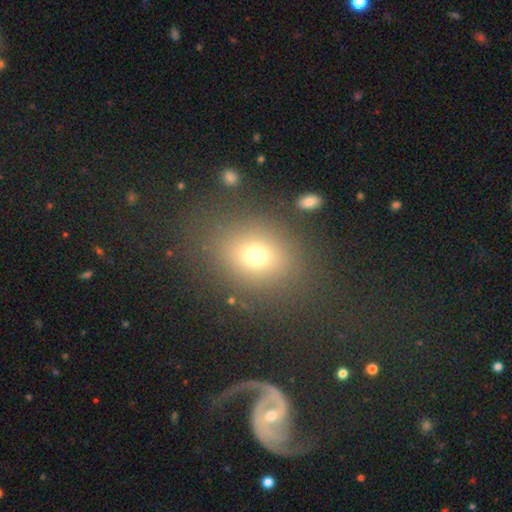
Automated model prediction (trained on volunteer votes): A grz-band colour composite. It shows a smooth galaxy with no disk features (70%) that is round (50%). Merging: none (78%).